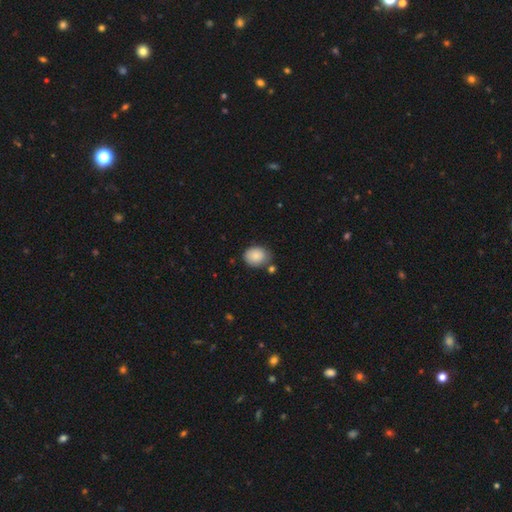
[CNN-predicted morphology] smooth-or-featured: smooth: 86% | star or artifact: 8% | featured or disk: 6%
  how-rounded: round: 51% | in between: 48% | cigar-shaped: 1%
  merging: none: 73% | minor disturbance: 17% | merger: 7% | major disturbance: 3%